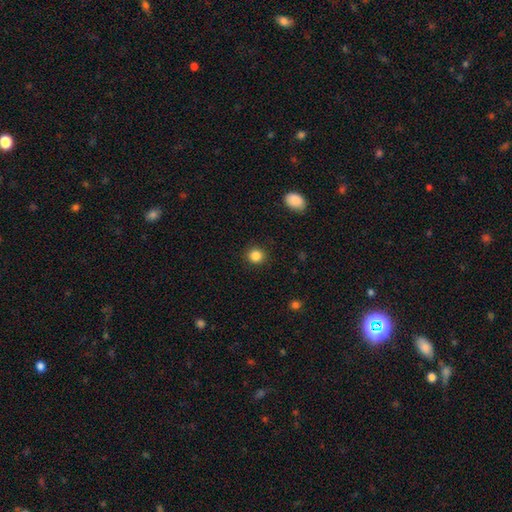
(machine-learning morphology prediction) smooth_or_featured: smooth (p=0.85) [alt: star or artifact p=0.11]
how_rounded: round (p=0.89) [alt: in between p=0.10]
merging: none (p=0.91) [alt: minor disturbance p=0.06]